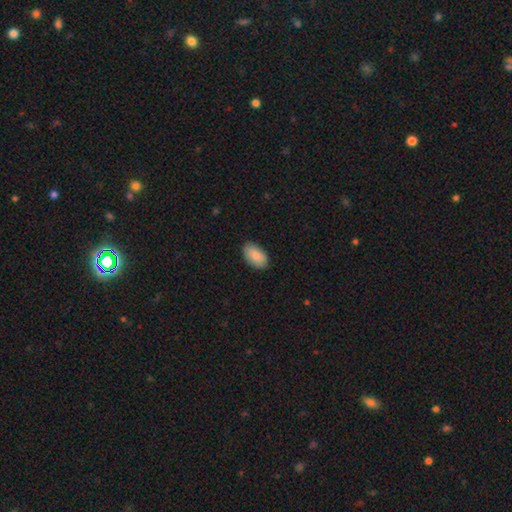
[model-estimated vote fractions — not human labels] The model was most divided on "merging": none: 86%, minor disturbance: 11%, major disturbance: 2%, merger: 1%. More confident: how rounded — in between (94%); smooth or featured — smooth (87%).